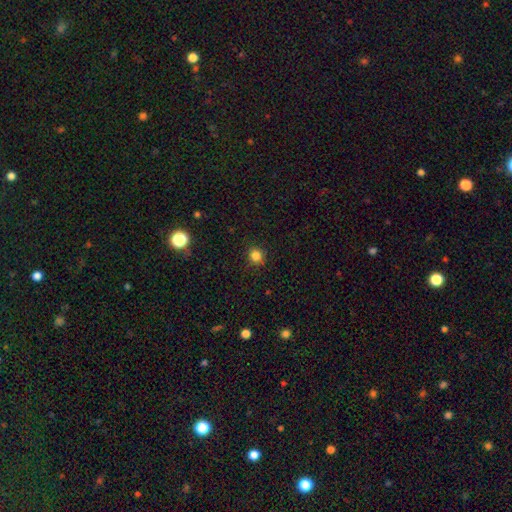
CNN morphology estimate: smooth-or-featured: smooth: 83% | star or artifact: 13% | featured or disk: 4%
  how-rounded: round: 90% | in between: 9% | cigar-shaped: 1%
  merging: none: 90% | minor disturbance: 7% | major disturbance: 2% | merger: 1%